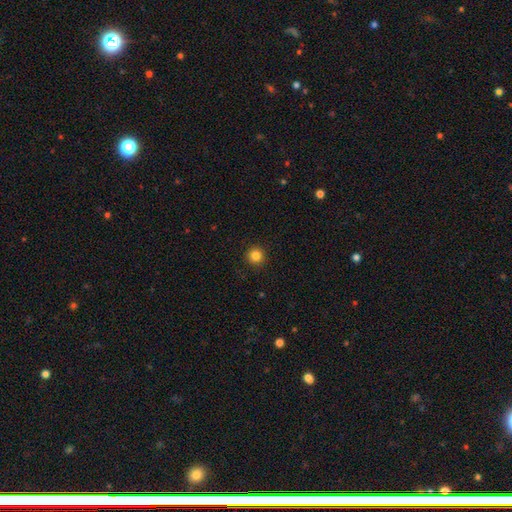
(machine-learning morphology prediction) Overall: smooth (84%). How rounded: round (96%). Merging: none (93%).